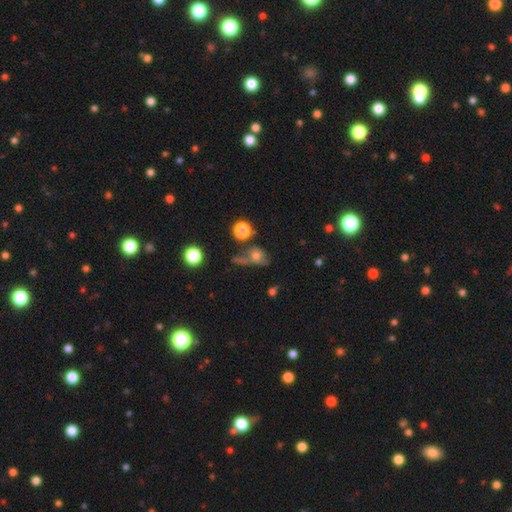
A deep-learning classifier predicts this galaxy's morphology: Smooth or featured?
  - smooth: 63% *
  - featured or disk: 19%
  - star or artifact: 17%
How rounded?
  - round: 57% *
  - in between: 39%
  - cigar-shaped: 4%
Merging?
  - none: 36% *
  - merger: 24%
  - major disturbance: 22%
  - minor disturbance: 18%